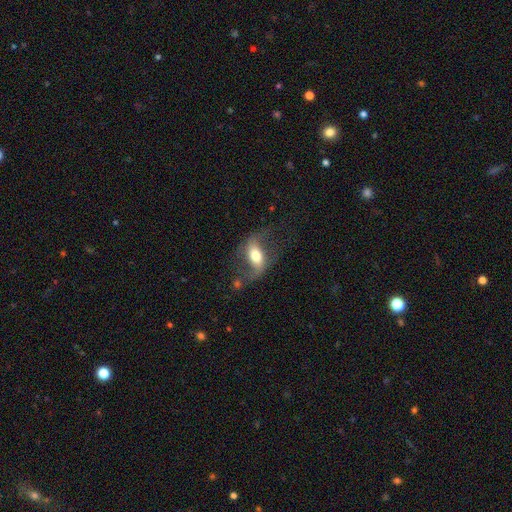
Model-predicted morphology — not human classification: Smooth or featured?
  - featured or disk: 60% *
  - smooth: 33%
  - star or artifact: 7%
Edge-on disk?
  - no: 86% *
  - yes: 14%
Bar?
  - strong: 39% *
  - weak: 31%
  - no: 29%
Spiral arms?
  - yes: 74% *
  - no: 26%
Bulge size?
  - moderate: 61% *
  - large: 24%
  - small: 10%
  - dominant: 3%
  - none: 2%
Merging?
  - none: 50% *
  - major disturbance: 24%
  - minor disturbance: 21%
  - merger: 5%